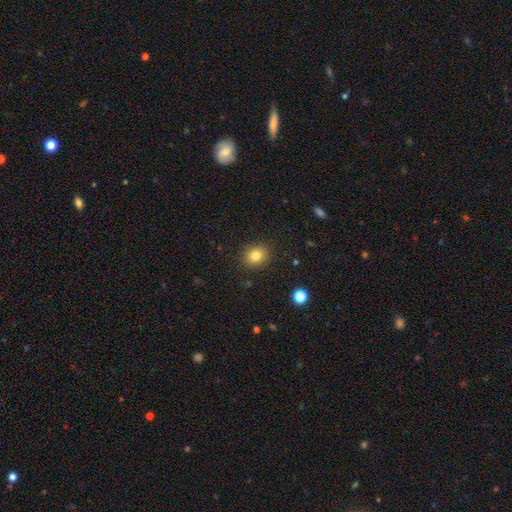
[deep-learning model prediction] Smooth or featured? Predicted: smooth (p=0.82). How rounded? Predicted: round (p=0.69). Merging? Predicted: none (p=0.89).